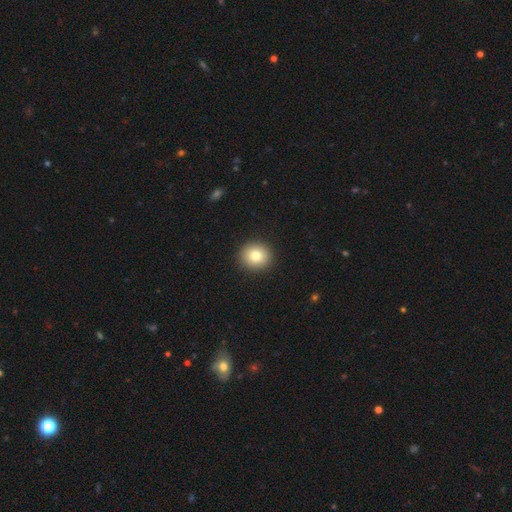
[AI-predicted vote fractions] A smooth galaxy with no disk features (81%) that is round (86%). Merging: none (92%).